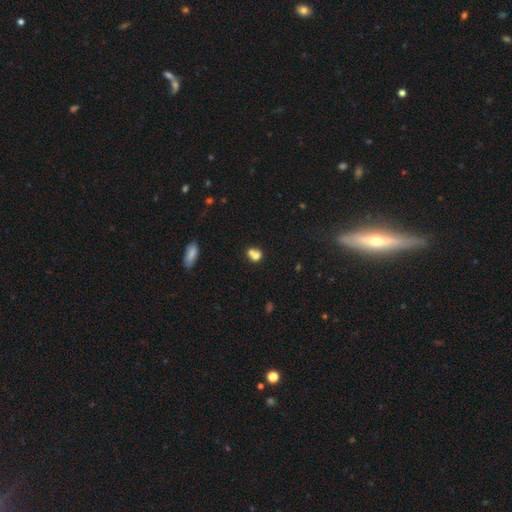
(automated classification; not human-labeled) Smooth or featured: smooth — 71% (featured or disk — 17%)
How rounded: round — 65% (in between — 34%)
Merging: merger — 59% (none — 30%)